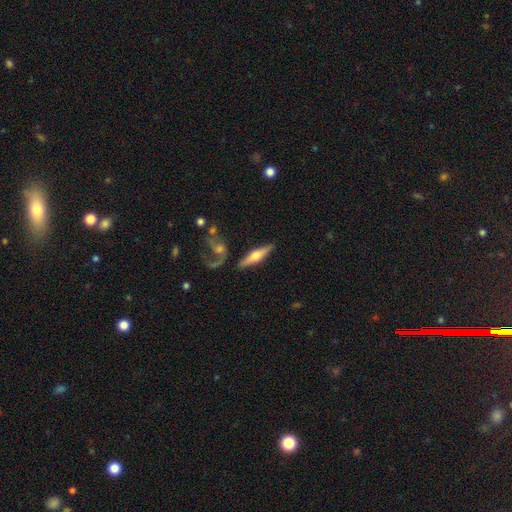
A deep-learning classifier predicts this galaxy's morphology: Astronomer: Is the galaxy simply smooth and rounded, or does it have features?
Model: featured or disk — 61%.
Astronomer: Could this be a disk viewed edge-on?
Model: yes — 91%.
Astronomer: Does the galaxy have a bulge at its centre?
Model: rounded — 93%.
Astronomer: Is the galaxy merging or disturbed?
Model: none — 79%.